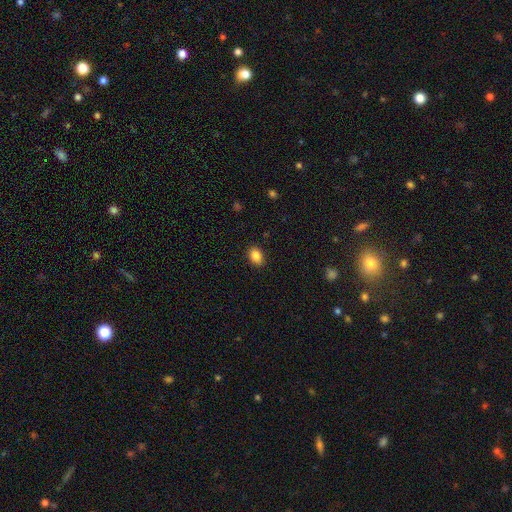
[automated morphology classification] A smooth galaxy with no disk features (86%) that is in between round and cigar-shaped (76%). Merging: none (89%).